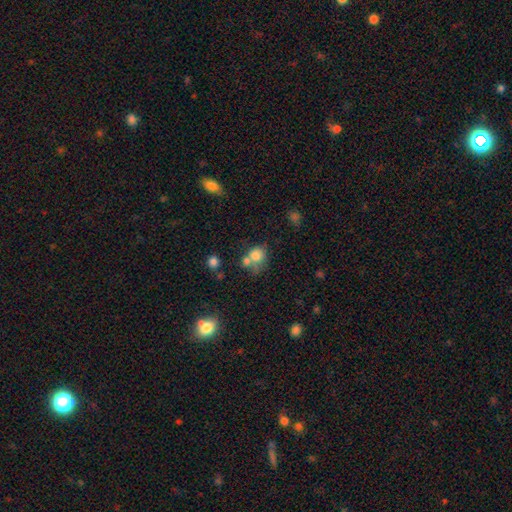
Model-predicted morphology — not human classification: Smooth or featured: smooth — 77% (featured or disk — 12%)
How rounded: round — 68% (in between — 31%)
Merging: merger — 40% (none — 37%)